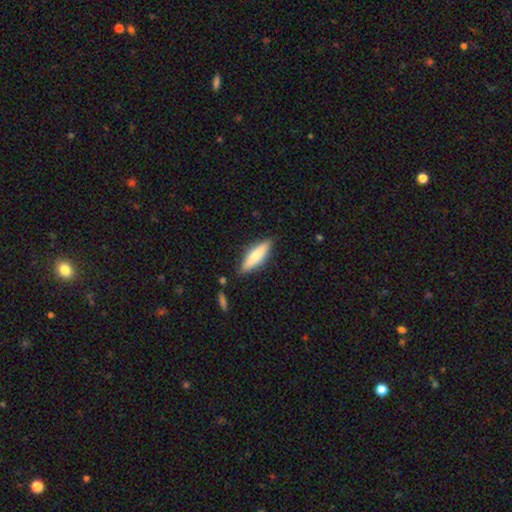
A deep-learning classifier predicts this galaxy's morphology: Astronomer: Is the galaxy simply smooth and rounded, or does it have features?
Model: smooth — 67%.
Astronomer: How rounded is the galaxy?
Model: cigar-shaped — 62%.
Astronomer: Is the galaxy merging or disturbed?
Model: none — 84%.